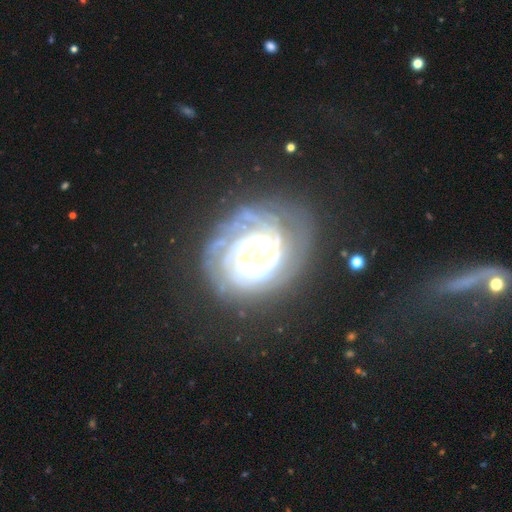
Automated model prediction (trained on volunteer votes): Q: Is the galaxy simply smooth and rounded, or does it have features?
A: featured or disk — 82%.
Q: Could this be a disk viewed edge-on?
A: no — 97%.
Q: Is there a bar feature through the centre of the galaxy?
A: no — 63%.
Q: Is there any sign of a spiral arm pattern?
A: yes — 91%.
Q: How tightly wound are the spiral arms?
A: tight — 78%.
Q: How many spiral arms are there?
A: can't tell — 37%.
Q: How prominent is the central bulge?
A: large — 43%.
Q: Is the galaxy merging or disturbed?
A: none — 62%.